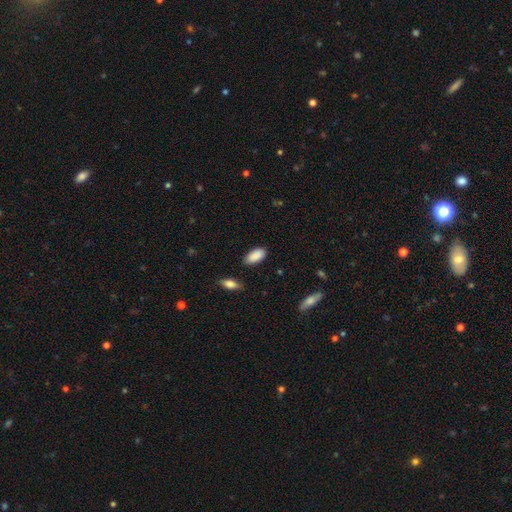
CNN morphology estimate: Smooth or featured: smooth — 90% (star or artifact — 7%)
How rounded: in between — 93% (cigar-shaped — 5%)
Merging: none — 83% (minor disturbance — 13%)